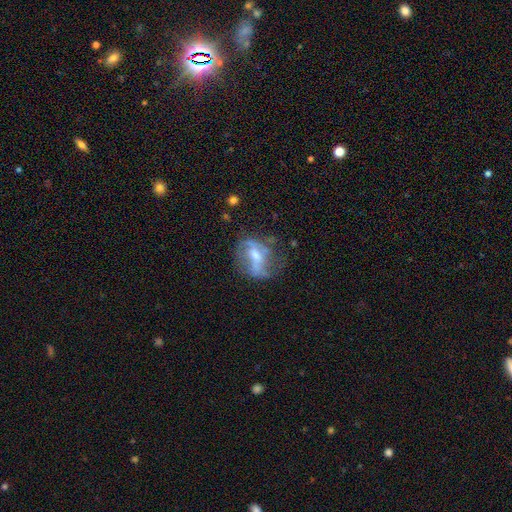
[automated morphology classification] featured or disk 66%, smooth 25%, star or artifact 9%. Down the decision tree: edge-on disk — no (95%); bar — weak (43%); spiral arms — yes (59%); bulge size — moderate (54%); merging — none (45%).